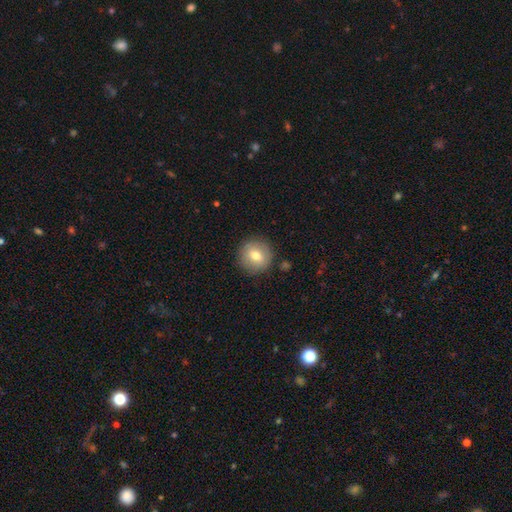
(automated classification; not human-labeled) This appears to be a smooth galaxy with no disk features (75%) that is round (94%). Merging: none (88%).